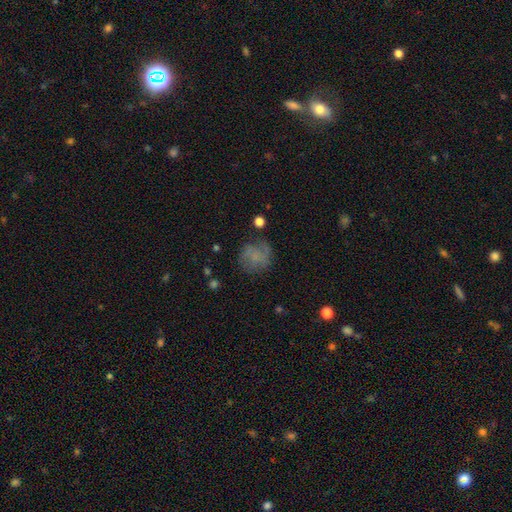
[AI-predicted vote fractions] smooth 53%, featured or disk 35%, star or artifact 12%. Down the decision tree: how rounded — round (79%); merging — none (62%).